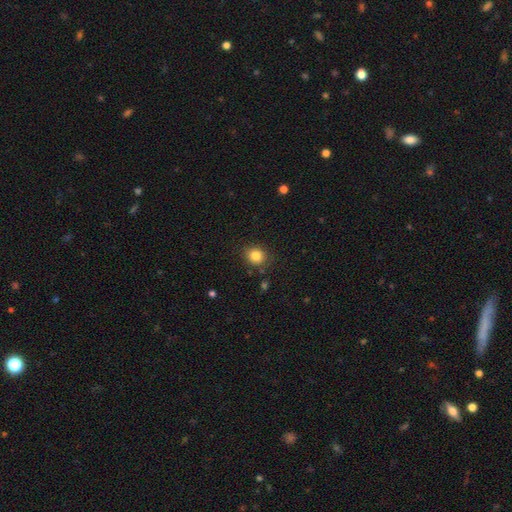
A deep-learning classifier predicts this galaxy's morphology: Smooth or featured?
  - smooth: 83% *
  - star or artifact: 11%
  - featured or disk: 6%
How rounded?
  - round: 74% *
  - in between: 26%
  - cigar-shaped: 1%
Merging?
  - none: 85% *
  - minor disturbance: 10%
  - major disturbance: 3%
  - merger: 2%